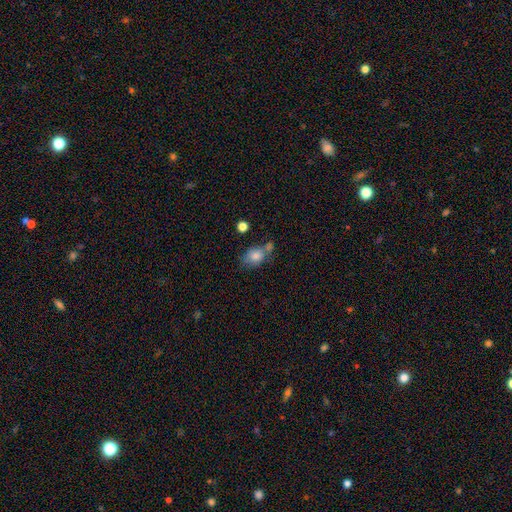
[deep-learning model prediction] This appears to be a smooth galaxy with no disk features (78%) that is in between round and cigar-shaped (63%). Merging: none (42%).